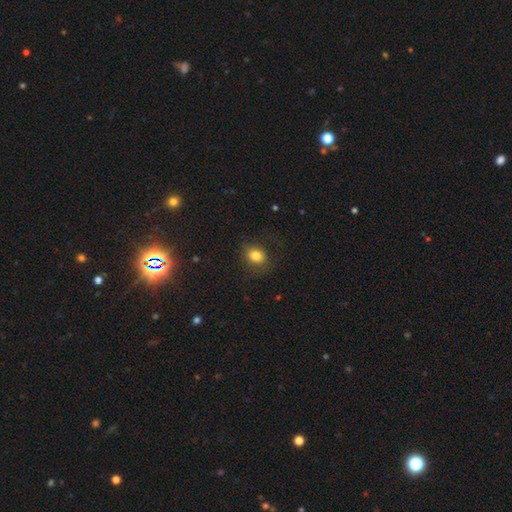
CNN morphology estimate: smooth-or-featured: smooth: 82% | star or artifact: 11% | featured or disk: 7%
  how-rounded: round: 57% | in between: 42% | cigar-shaped: 1%
  merging: none: 75% | minor disturbance: 16% | major disturbance: 8% | merger: 1%